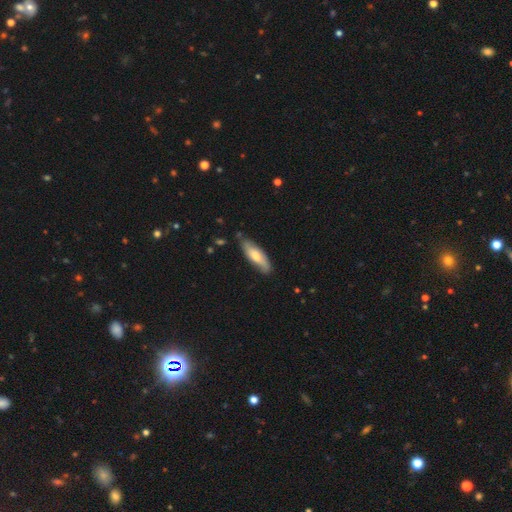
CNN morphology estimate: Overall: smooth (61%; featured or disk 34%). How rounded: in between (53%; cigar-shaped 45%). Merging: none (78%).